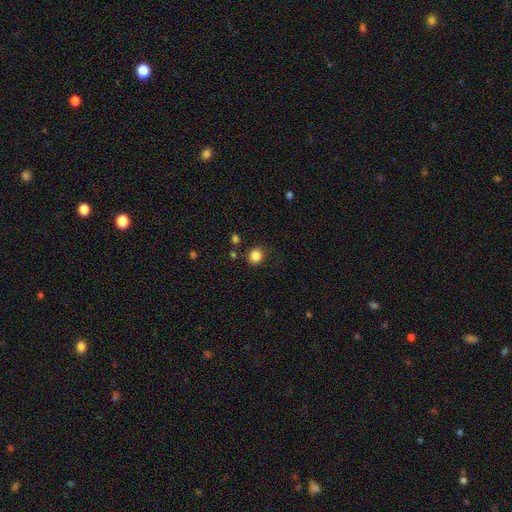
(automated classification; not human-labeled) This appears to be a smooth galaxy with no disk features (84%) that is round (73%). Merging: none (83%).